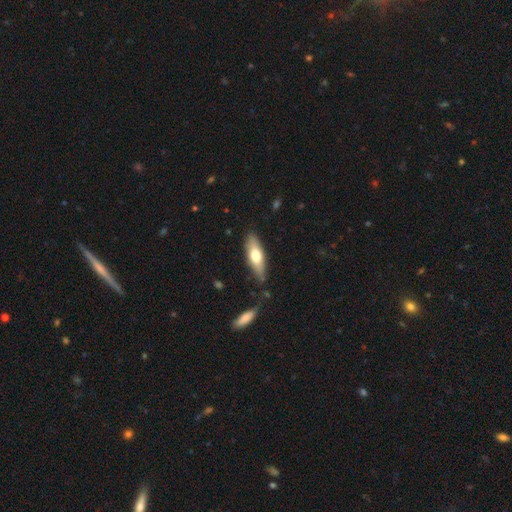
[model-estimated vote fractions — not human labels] smooth_or_featured: smooth (p=0.62) [alt: featured or disk p=0.33]
how_rounded: in between (p=0.51) [alt: cigar-shaped p=0.47]
merging: none (p=0.80) [alt: minor disturbance p=0.14]